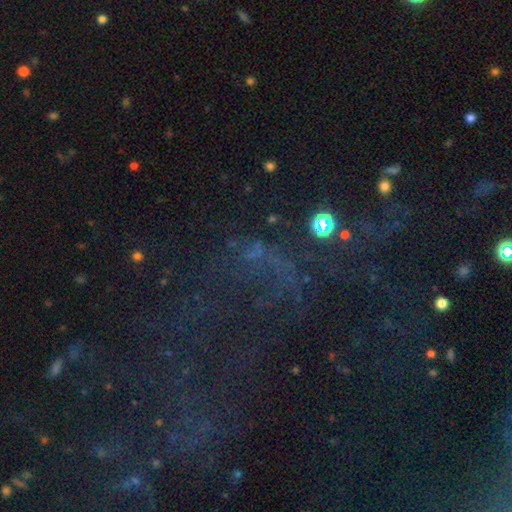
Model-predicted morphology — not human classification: smooth_or_featured: star or artifact (p=0.59) [alt: smooth p=0.21]